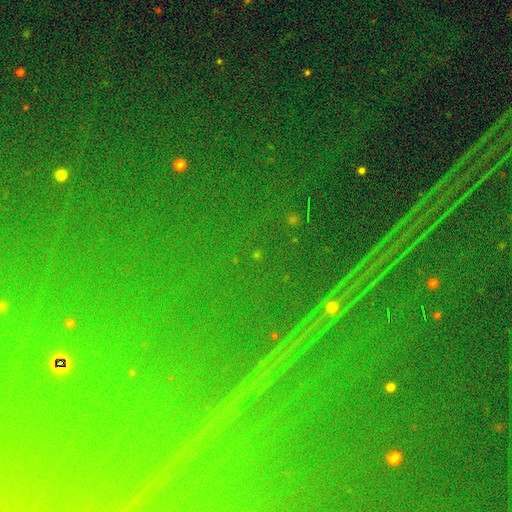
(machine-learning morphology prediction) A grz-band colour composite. It shows a star or artifact, not a galaxy (87%).